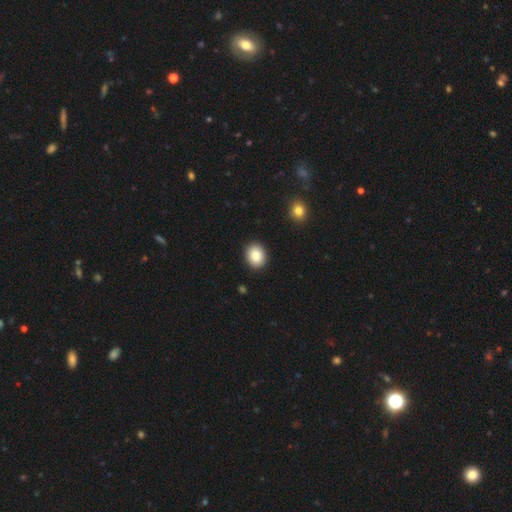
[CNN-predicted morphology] Smooth or featured? Predicted: smooth (p=0.86). How rounded? Predicted: round (p=0.59). Merging? Predicted: none (p=0.91).